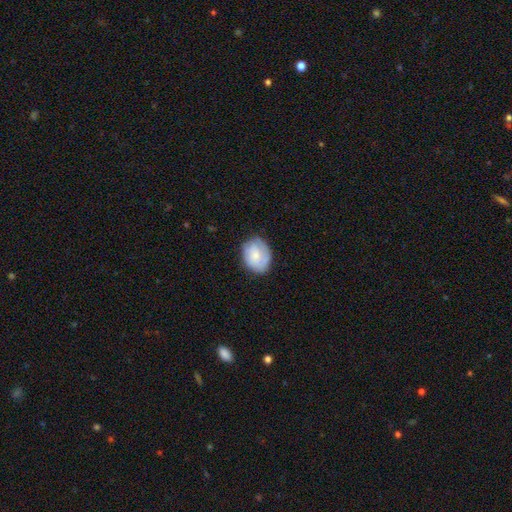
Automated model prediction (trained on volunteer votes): The model was most divided on "how rounded": in between: 57%, round: 42%, cigar-shaped: 1%. More confident: merging — none (70%); smooth or featured — smooth (63%).